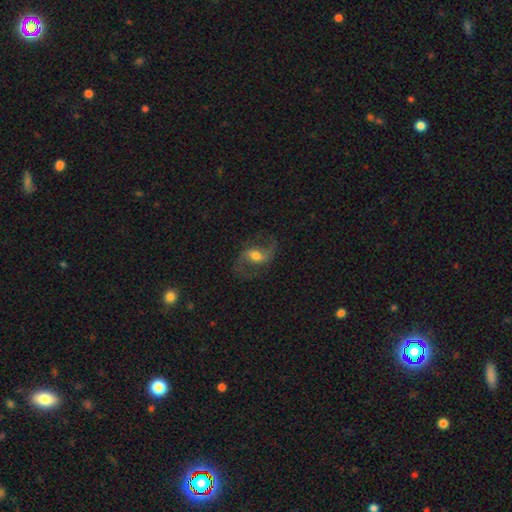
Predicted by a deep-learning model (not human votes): smooth_or_featured: featured or disk (p=0.78) [alt: smooth p=0.14]
disk_edge_on: no (p=0.96) [alt: yes p=0.04]
bar: weak (p=0.49) [alt: no p=0.30]
has_spiral_arms: yes (p=0.93) [alt: no p=0.07]
spiral_winding: loose (p=0.63) [alt: medium p=0.32]
spiral_arm_count: 2 (p=0.92) [alt: can't tell p=0.03]
bulge_size: moderate (p=0.61) [alt: small p=0.18]
merging: none (p=0.73) [alt: minor disturbance p=0.14]